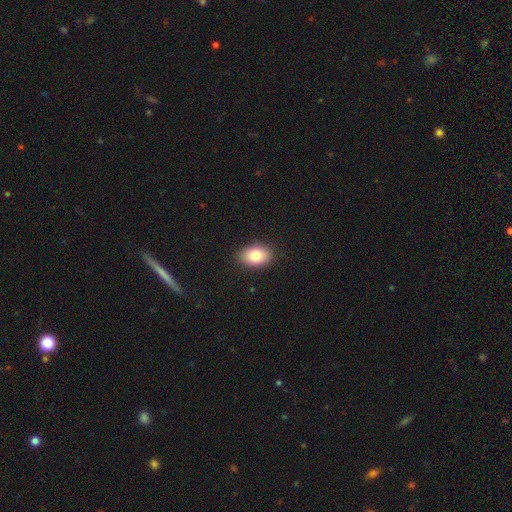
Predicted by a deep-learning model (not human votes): Smooth or featured: smooth — 80% (featured or disk — 11%)
How rounded: in between — 86% (round — 13%)
Merging: none — 88% (minor disturbance — 9%)